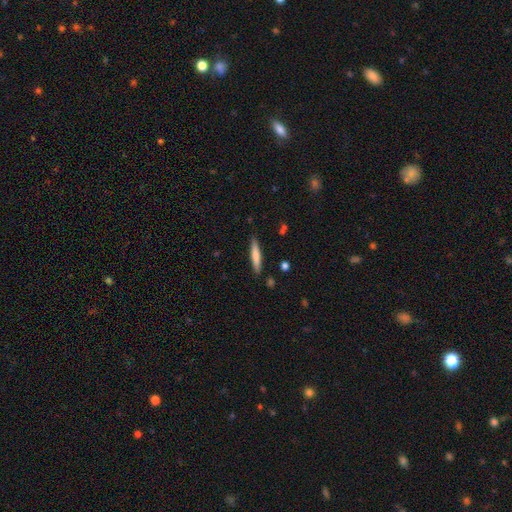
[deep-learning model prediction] Overall: smooth (70%). How rounded: cigar-shaped (89%). Merging: none (87%).